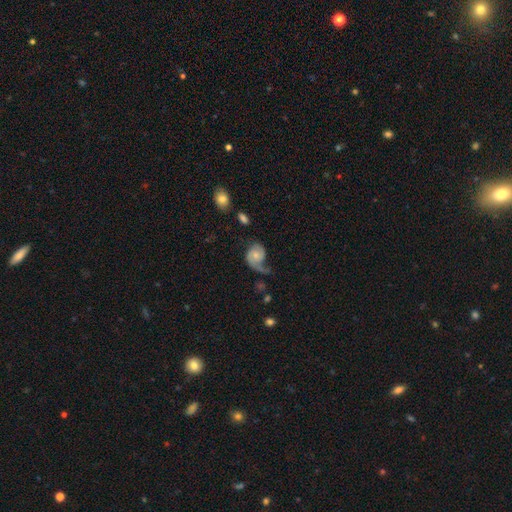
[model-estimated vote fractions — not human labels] Smooth or featured?
  - featured or disk: 66% *
  - smooth: 27%
  - star or artifact: 7%
Edge-on disk?
  - no: 97% *
  - yes: 3%
Bar?
  - no: 76% *
  - weak: 21%
  - strong: 3%
Spiral arms?
  - yes: 90% *
  - no: 10%
Spiral winding?
  - loose: 45% *
  - medium: 33%
  - tight: 22%
Spiral arm count?
  - 1: 53% *
  - 2: 39%
  - can't tell: 5%
  - 3: 1%
  - 4: 1%
  - more than 4: 1%
Bulge size?
  - small: 54% *
  - moderate: 37%
  - none: 5%
  - large: 3%
  - dominant: 1%
Merging?
  - major disturbance: 38% *
  - none: 34%
  - minor disturbance: 25%
  - merger: 4%